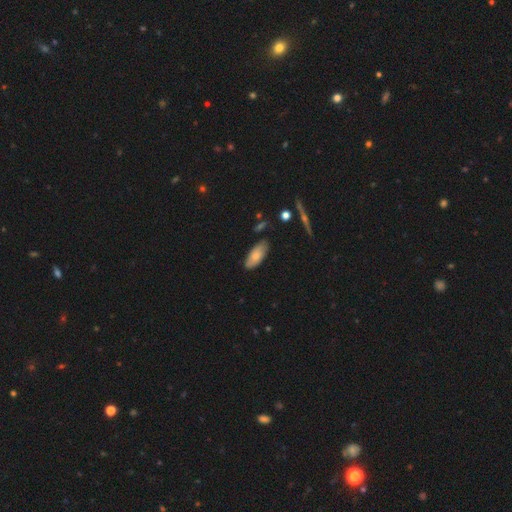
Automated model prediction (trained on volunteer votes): Smooth or featured?
  - smooth: 74% *
  - featured or disk: 20%
  - star or artifact: 7%
How rounded?
  - in between: 86% *
  - cigar-shaped: 12%
  - round: 2%
Merging?
  - none: 77% *
  - minor disturbance: 18%
  - major disturbance: 3%
  - merger: 2%